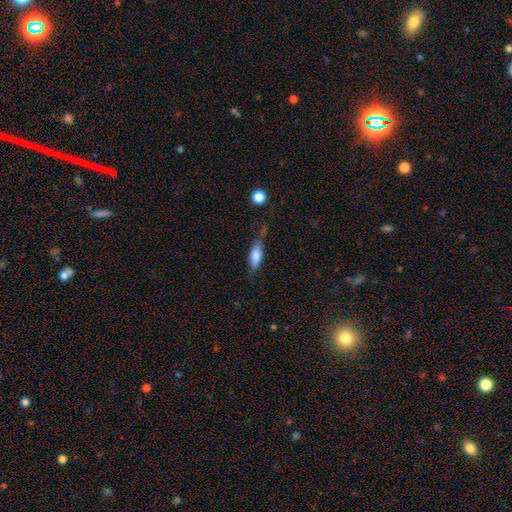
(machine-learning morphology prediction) Q: Smooth or featured?
A: smooth (70%); runner-up: featured or disk (23%)
Q: How rounded?
A: in between (62%); runner-up: cigar-shaped (34%)
Q: Merging?
A: none (53%); runner-up: minor disturbance (29%)